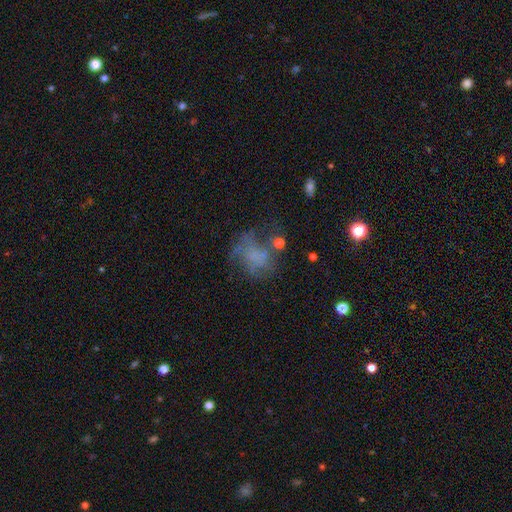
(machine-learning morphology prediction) Smooth or featured? Predicted: featured or disk (p=0.45). Merging? Predicted: none (p=0.40).